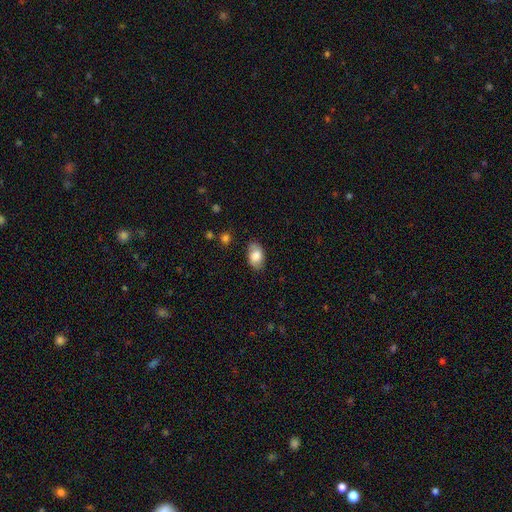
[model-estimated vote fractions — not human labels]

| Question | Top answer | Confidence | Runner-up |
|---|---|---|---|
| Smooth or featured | smooth | 79% | featured or disk (14%) |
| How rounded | in between | 91% | round (7%) |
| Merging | none | 81% | minor disturbance (14%) |